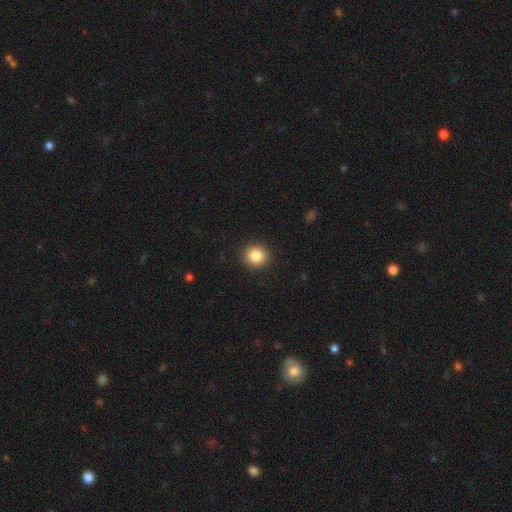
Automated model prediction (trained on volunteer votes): smooth_or_featured: smooth (p=0.85) [alt: star or artifact p=0.10]
how_rounded: round (p=0.90) [alt: in between p=0.09]
merging: none (p=0.92) [alt: minor disturbance p=0.05]